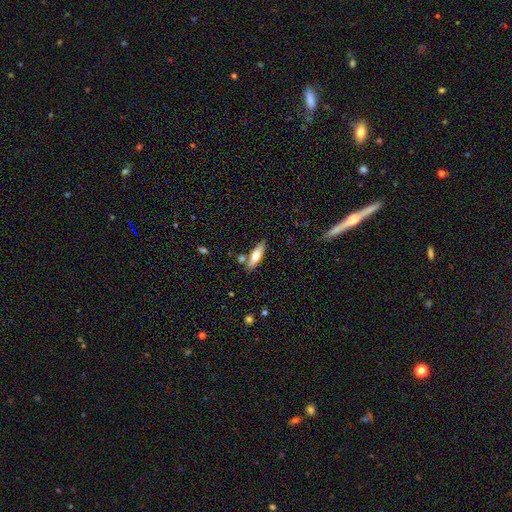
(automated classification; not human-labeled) Smooth or featured: smooth — 64% (featured or disk — 30%)
How rounded: in between — 49% (tied with cigar-shaped — 49%)
Merging: none — 75% (minor disturbance — 13%)